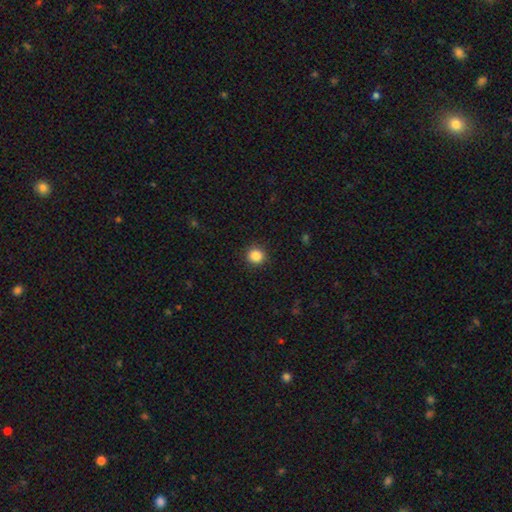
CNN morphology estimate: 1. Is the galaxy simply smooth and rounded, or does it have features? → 87% smooth, 10% star or artifact, 3% featured or disk.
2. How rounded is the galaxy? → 92% round, 7% in between, 1% cigar-shaped.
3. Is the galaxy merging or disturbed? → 91% none, 6% minor disturbance, 2% major disturbance, 1% merger.